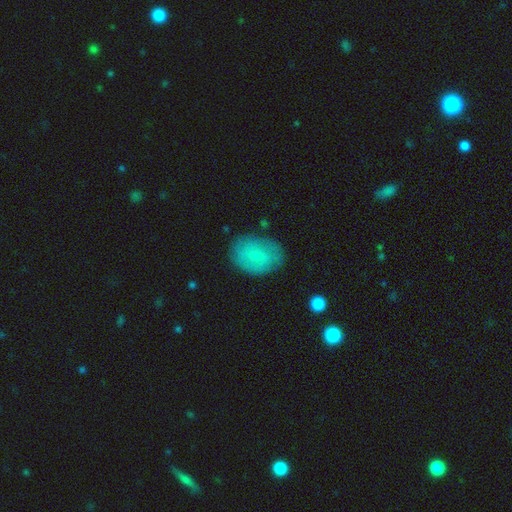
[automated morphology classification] type=smooth (65%); roundness=in between (72%); merging=none (75%).